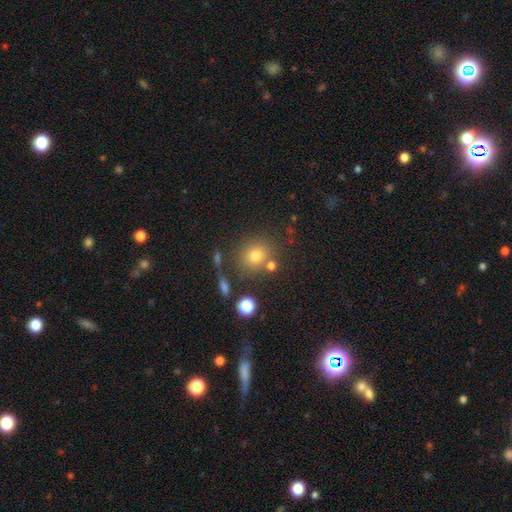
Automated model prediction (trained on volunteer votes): Smooth or featured: smooth — 75% (star or artifact — 15%)
How rounded: round — 81% (in between — 18%)
Merging: none — 74% (minor disturbance — 11%)